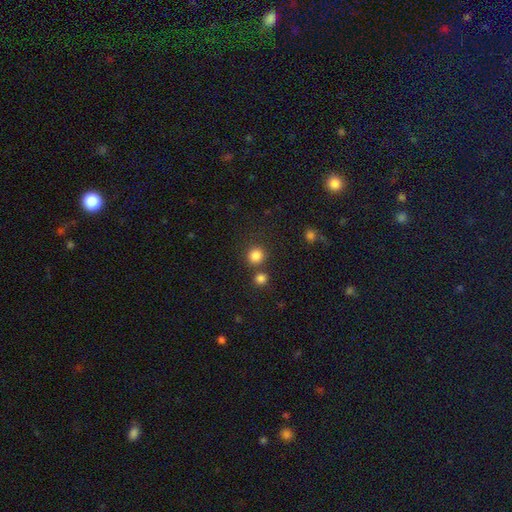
smooth_or_featured: smooth (p=0.93) [alt: star or artifact p=0.05]
how_rounded: round (p=0.95) [alt: in between p=0.05]
merging: none (p=0.76) [alt: merger p=0.18]